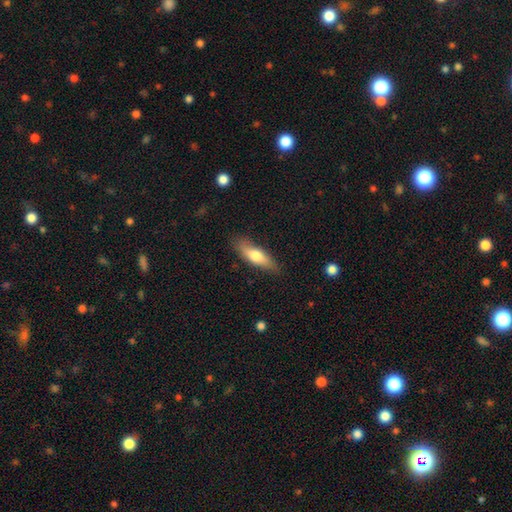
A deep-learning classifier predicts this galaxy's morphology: Q: Smooth or featured?
A: smooth (67%); runner-up: featured or disk (27%)
Q: How rounded?
A: cigar-shaped (52%); runner-up: in between (45%)
Q: Merging?
A: none (83%); runner-up: minor disturbance (13%)